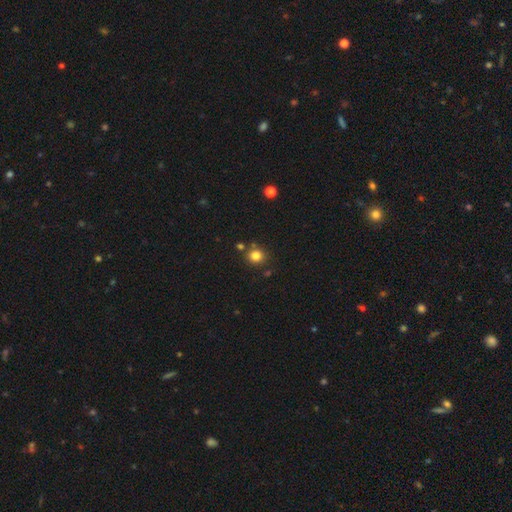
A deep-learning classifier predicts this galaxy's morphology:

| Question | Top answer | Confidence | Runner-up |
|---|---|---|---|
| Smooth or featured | smooth | 82% | star or artifact (13%) |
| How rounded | round | 86% | in between (13%) |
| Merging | none | 78% | merger (10%) |